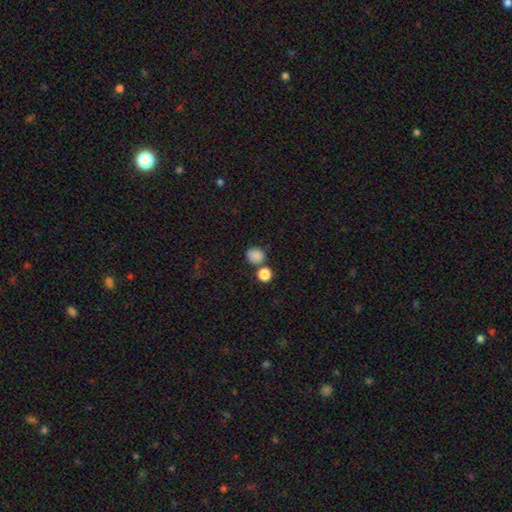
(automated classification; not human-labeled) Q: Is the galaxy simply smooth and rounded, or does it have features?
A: smooth — 84%.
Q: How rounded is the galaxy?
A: round — 74%.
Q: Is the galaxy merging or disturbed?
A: none — 64%.